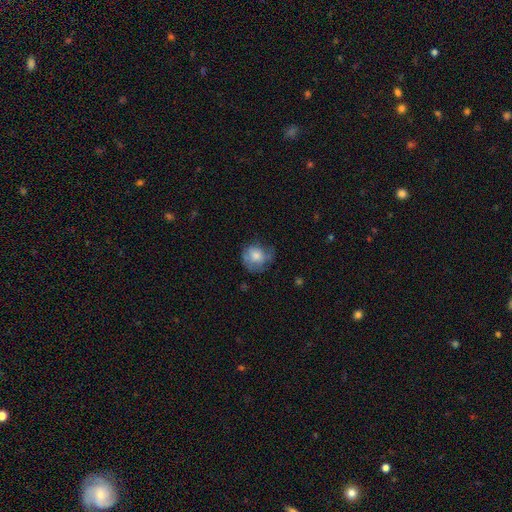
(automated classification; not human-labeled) This is likely a smooth galaxy (67%). How rounded: likely round (72%). Merging: possibly none (49%).